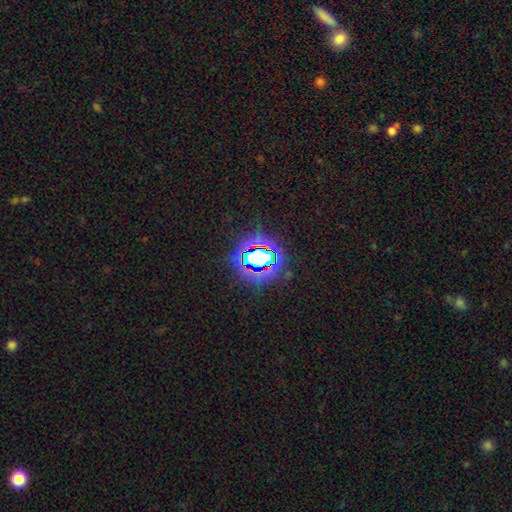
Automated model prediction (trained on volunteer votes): This is likely a star or artifact rather than a galaxy (66%).